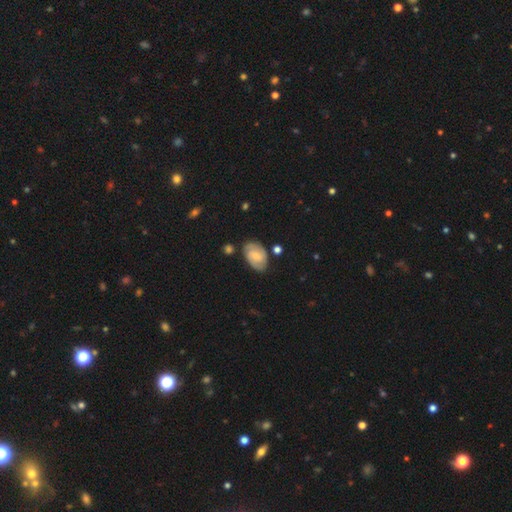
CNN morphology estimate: smooth-or-featured: featured or disk: 51% | smooth: 42% | star or artifact: 7%
  disk-edge-on: no: 96% | yes: 4%
  merging: none: 72% | minor disturbance: 19% | major disturbance: 5% | merger: 5%